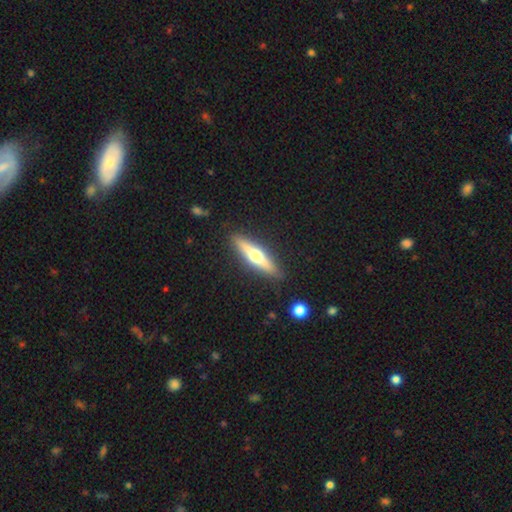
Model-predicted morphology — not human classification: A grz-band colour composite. It shows a featured or disk galaxy (59%) viewed edge-on (94%) with a rounded central bulge (94%). Merging: none (88%).